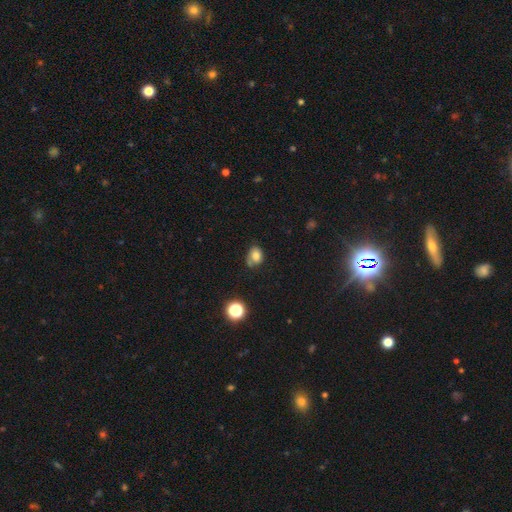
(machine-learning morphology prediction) type=smooth (77%); roundness=in between (55%); merging=none (53%).